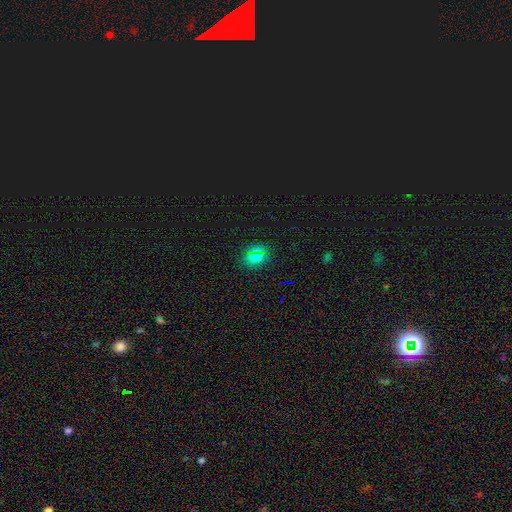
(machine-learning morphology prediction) smooth-or-featured: smooth: 69% | star or artifact: 24% | featured or disk: 7%
  how-rounded: in between: 52% | round: 45% | cigar-shaped: 3%
  merging: none: 88% | minor disturbance: 8% | major disturbance: 2% | merger: 1%